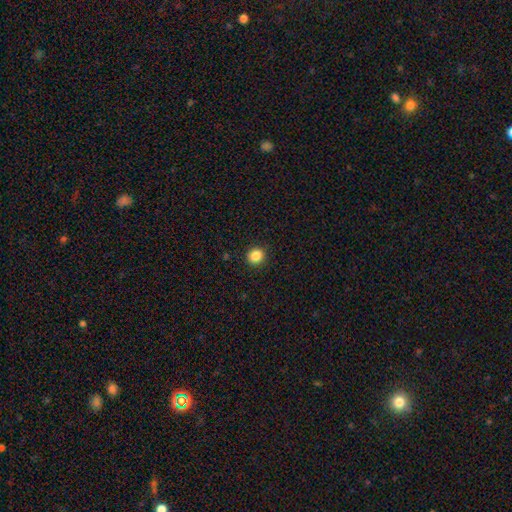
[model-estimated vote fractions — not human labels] This appears to be a smooth galaxy with no disk features (86%) that is round (87%). Merging: none (92%).